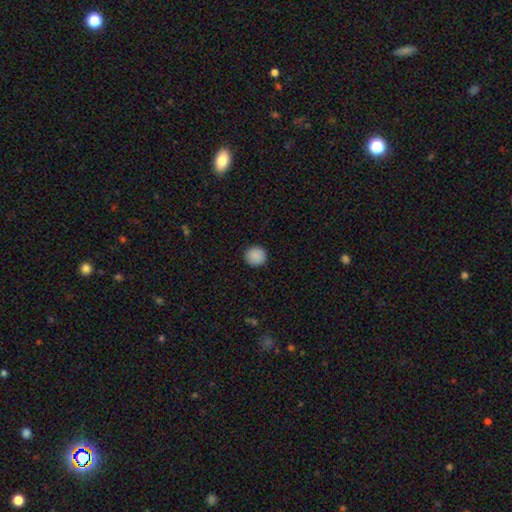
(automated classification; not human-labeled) A smooth galaxy with no disk features (89%) that is round (94%). Merging: none (92%).